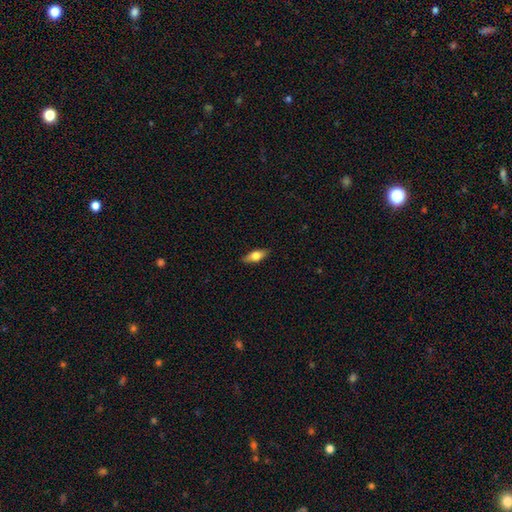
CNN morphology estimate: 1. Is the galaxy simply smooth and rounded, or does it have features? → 64% smooth, 30% featured or disk, 7% star or artifact.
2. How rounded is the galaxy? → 72% in between, 24% cigar-shaped, 4% round.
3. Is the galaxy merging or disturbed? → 87% none, 10% minor disturbance, 2% major disturbance, 1% merger.